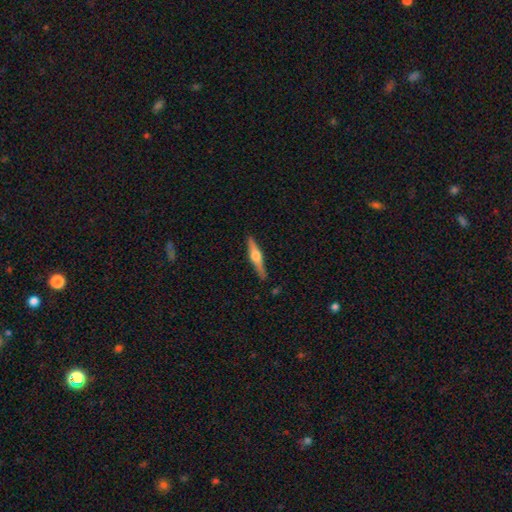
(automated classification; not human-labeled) Q: Smooth or featured?
A: featured or disk (69%); runner-up: smooth (26%)
Q: Edge-on disk?
A: yes (97%); runner-up: no (3%)
Q: Edge-on bulge?
A: rounded (93%); runner-up: boxy (4%)
Q: Merging?
A: none (88%); runner-up: minor disturbance (9%)